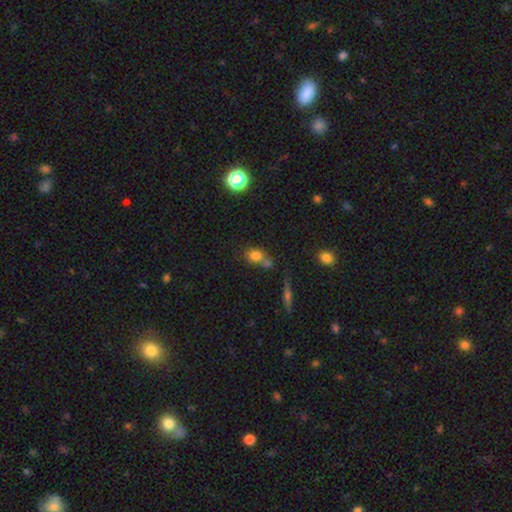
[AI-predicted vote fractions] Smooth or featured?
  - smooth: 75% *
  - star or artifact: 13%
  - featured or disk: 12%
How rounded?
  - round: 54% *
  - in between: 44%
  - cigar-shaped: 3%
Merging?
  - none: 45% *
  - merger: 35%
  - minor disturbance: 13%
  - major disturbance: 6%